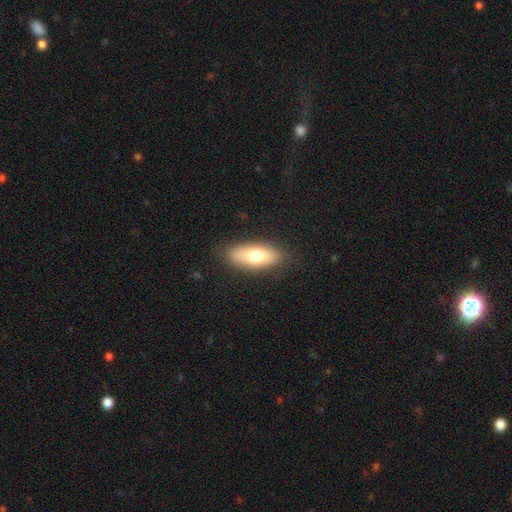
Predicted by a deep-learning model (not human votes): Smooth or featured: smooth — 71% (featured or disk — 22%)
How rounded: in between — 76% (cigar-shaped — 21%)
Merging: none — 85% (minor disturbance — 11%)